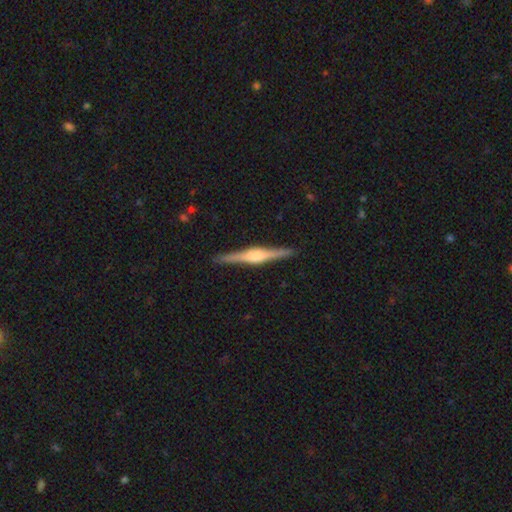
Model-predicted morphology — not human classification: Overall: featured or disk (80%). Edge-on disk: yes (98%). Edge-on bulge: rounded (70%). Merging: none (91%).